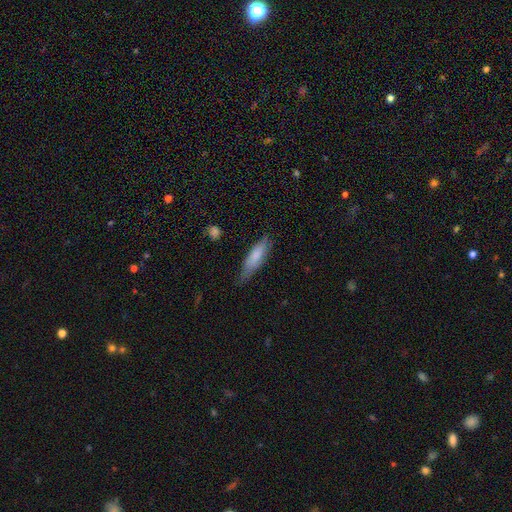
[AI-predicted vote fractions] Smooth or featured?
  - smooth: 75% *
  - featured or disk: 19%
  - star or artifact: 6%
How rounded?
  - cigar-shaped: 55% *
  - in between: 44%
  - round: 2%
Merging?
  - none: 62% *
  - minor disturbance: 30%
  - major disturbance: 6%
  - merger: 2%